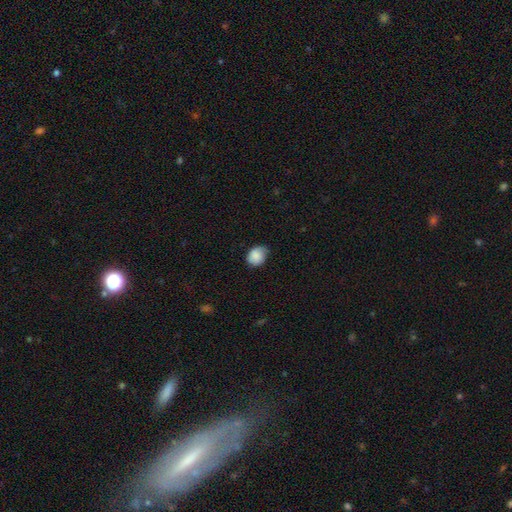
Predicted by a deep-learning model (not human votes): smooth-or-featured: smooth: 82% | featured or disk: 10% | star or artifact: 8%
  how-rounded: in between: 51% | round: 48% | cigar-shaped: 1%
  merging: none: 56% | minor disturbance: 36% | major disturbance: 7% | merger: 1%